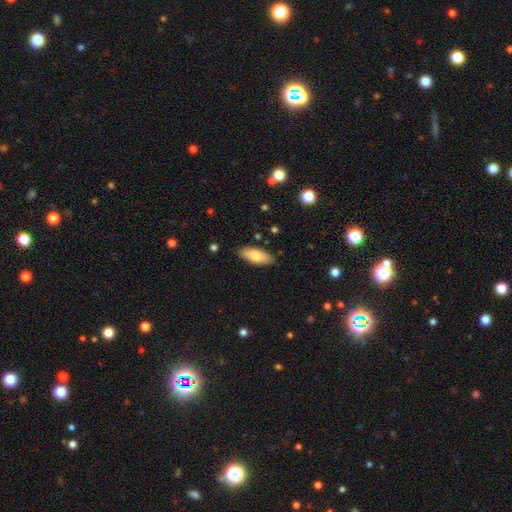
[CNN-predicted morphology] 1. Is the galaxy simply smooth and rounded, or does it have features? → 78% smooth, 16% featured or disk, 6% star or artifact.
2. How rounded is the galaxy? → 80% in between, 18% cigar-shaped, 2% round.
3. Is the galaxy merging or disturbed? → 88% none, 9% minor disturbance, 2% major disturbance, 1% merger.